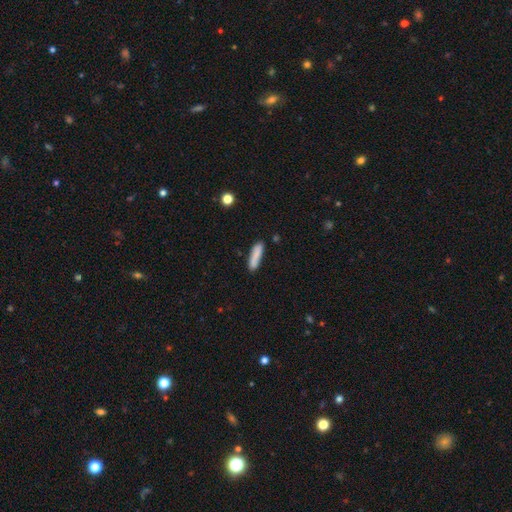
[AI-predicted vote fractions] This is clearly a smooth galaxy (83%). How rounded: likely cigar-shaped (77%). Merging: clearly none (80%).